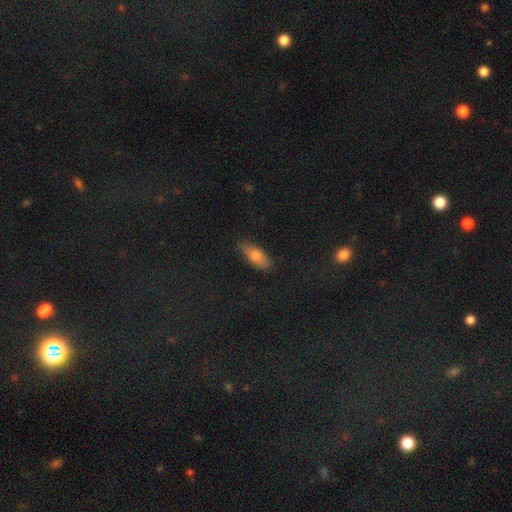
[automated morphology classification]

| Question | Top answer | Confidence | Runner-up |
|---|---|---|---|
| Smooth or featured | smooth | 75% | featured or disk (17%) |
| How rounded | in between | 76% | cigar-shaped (20%) |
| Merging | none | 81% | minor disturbance (15%) |